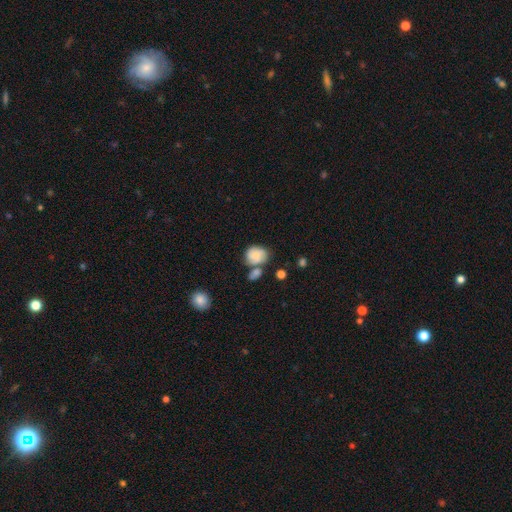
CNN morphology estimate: Overall: smooth (60%; featured or disk 31%). How rounded: round (51%; in between 48%). Merging: none (36%; merger 33%).